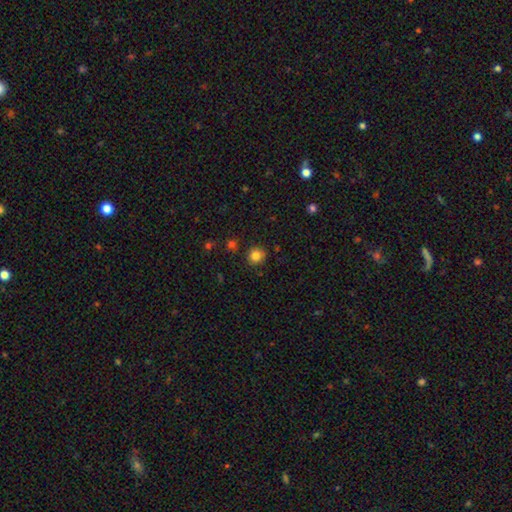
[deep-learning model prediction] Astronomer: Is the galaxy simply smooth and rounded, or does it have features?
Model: smooth — 83%.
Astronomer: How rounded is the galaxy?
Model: round — 89%.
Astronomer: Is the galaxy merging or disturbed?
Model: none — 86%.